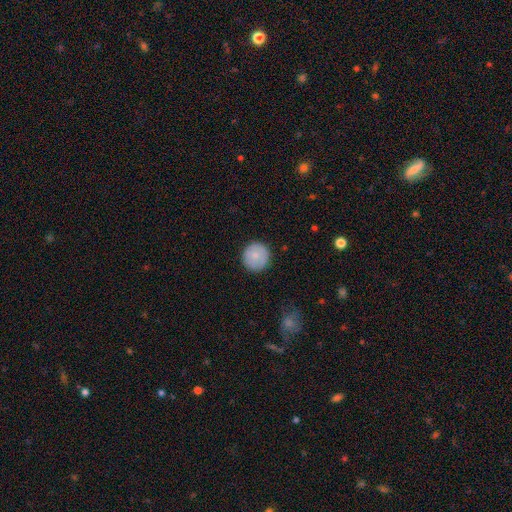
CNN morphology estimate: The model was most divided on "smooth or featured": smooth: 79%, featured or disk: 14%, star or artifact: 7%. More confident: how rounded — round (95%); merging — none (88%).